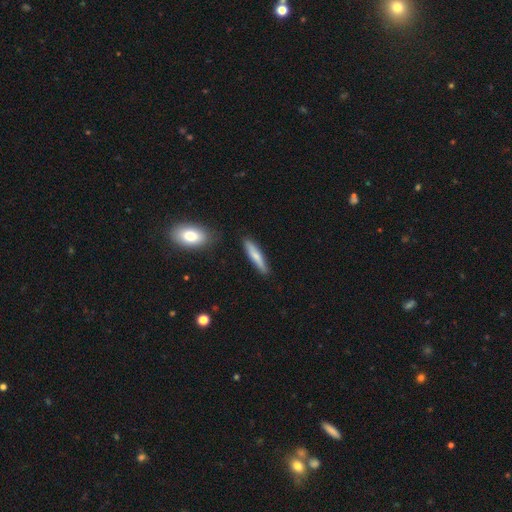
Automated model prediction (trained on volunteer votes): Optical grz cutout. It shows a smooth galaxy with no disk features (67%) that is cigar-shaped (87%). Merging: none (84%).